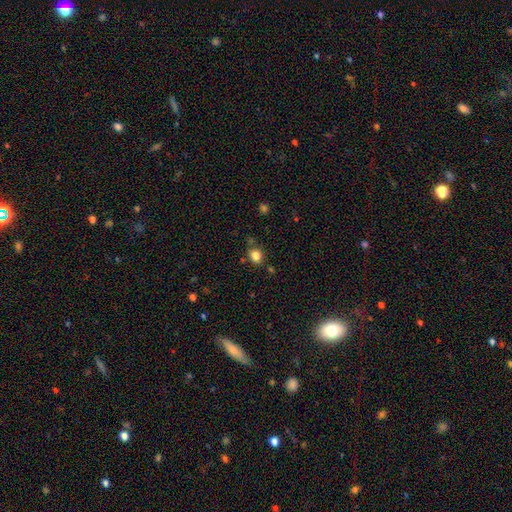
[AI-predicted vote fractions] Smooth or featured: smooth — 82% (star or artifact — 13%)
How rounded: round — 75% (in between — 24%)
Merging: none — 79% (minor disturbance — 13%)